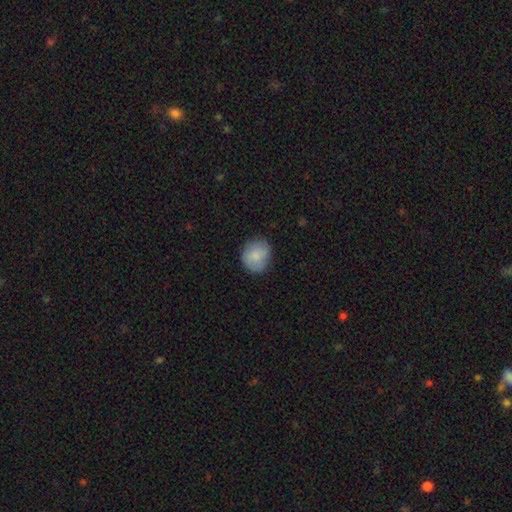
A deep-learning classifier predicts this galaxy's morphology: Smooth or featured? Predicted: smooth (p=0.85). How rounded? Predicted: round (p=0.84). Merging? Predicted: none (p=0.81).